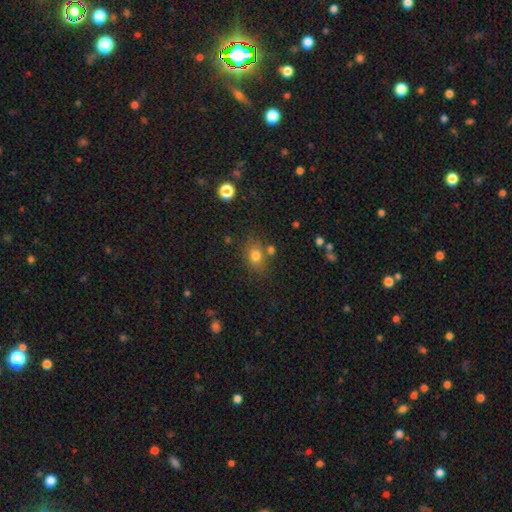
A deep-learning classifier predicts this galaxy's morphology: Overall: smooth (77%). How rounded: in between (55%; round 44%). Merging: none (70%).